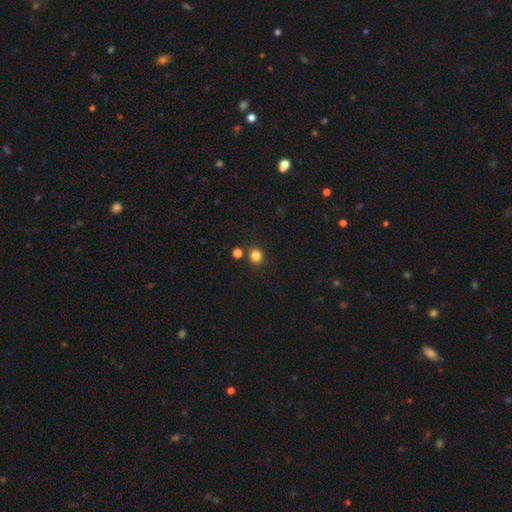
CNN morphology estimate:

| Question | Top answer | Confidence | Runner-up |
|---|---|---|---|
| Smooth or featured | smooth | 82% | star or artifact (14%) |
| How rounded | round | 85% | in between (14%) |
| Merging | none | 84% | minor disturbance (7%) |